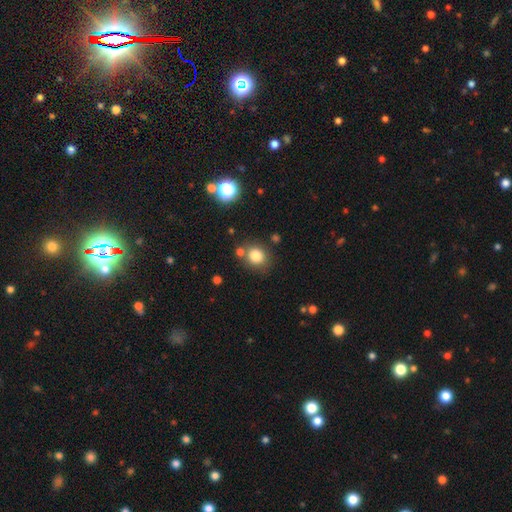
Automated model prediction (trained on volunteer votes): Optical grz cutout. It shows a smooth galaxy with no disk features (81%) that is round (80%). Merging: none (73%).